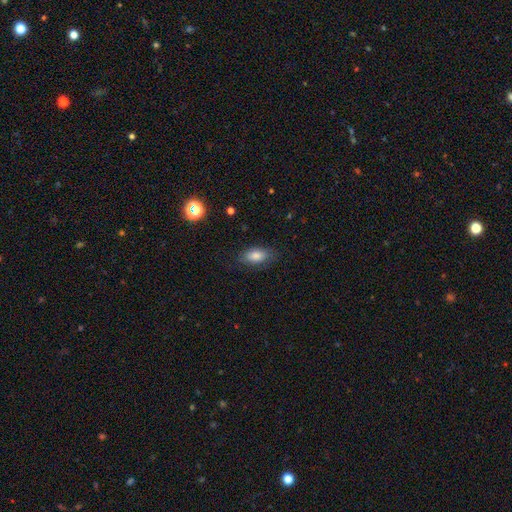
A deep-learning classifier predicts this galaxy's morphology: Smooth or featured?
  - smooth: 78% *
  - featured or disk: 13%
  - star or artifact: 9%
How rounded?
  - in between: 90% *
  - round: 5%
  - cigar-shaped: 5%
Merging?
  - none: 78% *
  - minor disturbance: 16%
  - major disturbance: 4%
  - merger: 1%